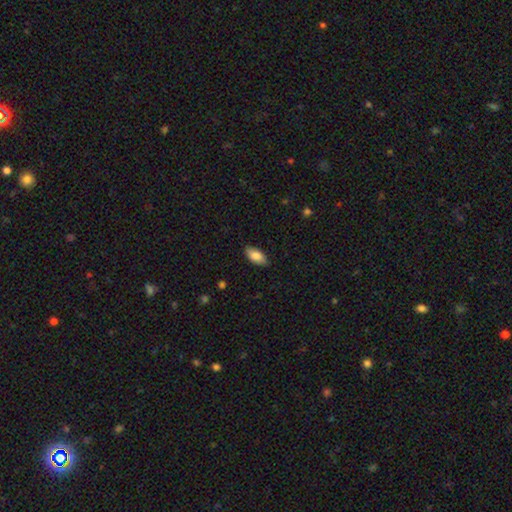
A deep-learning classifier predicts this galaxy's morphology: A smooth galaxy with no disk features (84%) that is in between round and cigar-shaped (92%).

Vote fractions:
- Smooth or featured? smooth: 84% / featured or disk: 10% / star or artifact: 6%
- How rounded? in between: 92% / cigar-shaped: 6% / round: 2%
- Merging? none: 84% / minor disturbance: 12% / major disturbance: 2% / merger: 1%